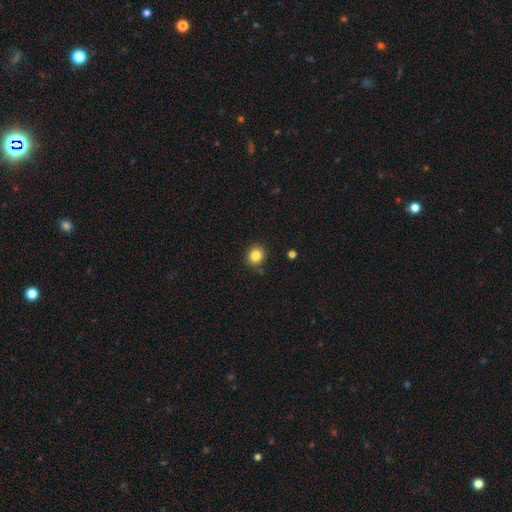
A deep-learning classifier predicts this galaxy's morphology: Smooth or featured? Predicted: smooth (p=0.84). How rounded? Predicted: round (p=0.85). Merging? Predicted: none (p=0.87).